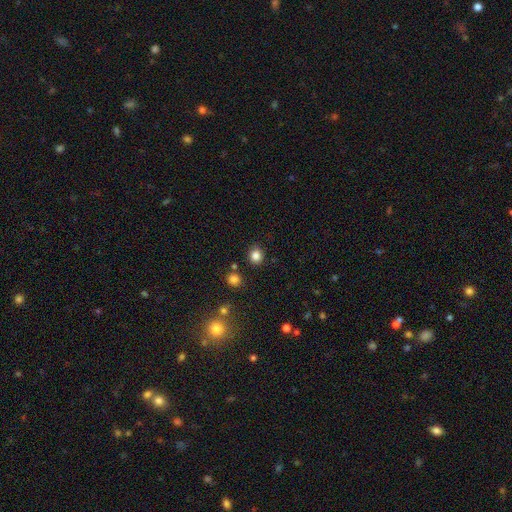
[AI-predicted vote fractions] A smooth galaxy with no disk features (84%) that is round (85%). Merging: none (85%).